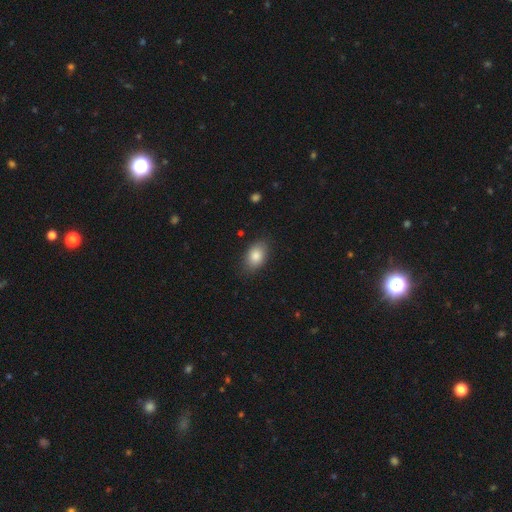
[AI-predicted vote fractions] smooth 84%, featured or disk 8%, star or artifact 7%. Down the decision tree: how rounded — in between (87%); merging — none (82%).